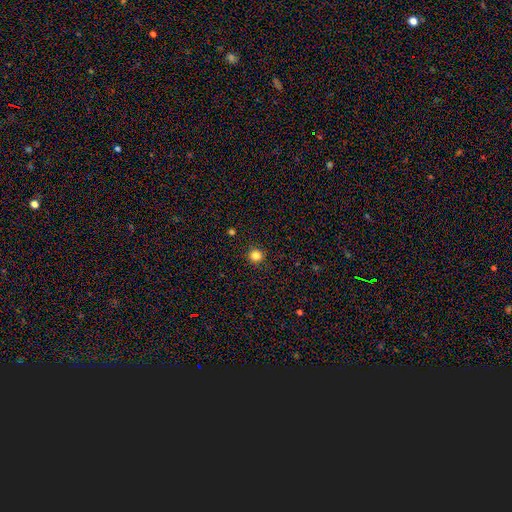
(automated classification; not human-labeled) Smooth or featured? smooth (83%)
How rounded? round (95%)
Merging? none (92%)